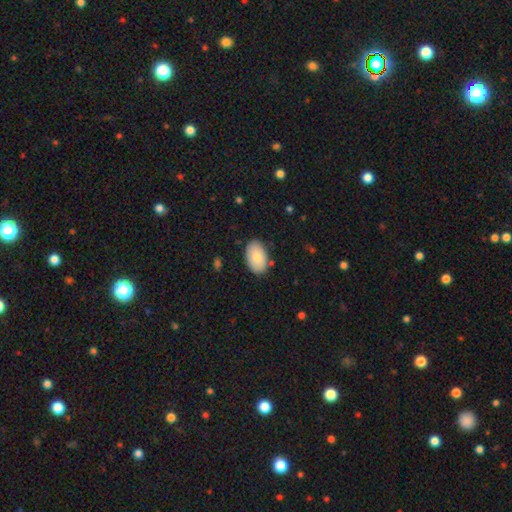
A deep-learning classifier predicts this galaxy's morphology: Smooth or featured?
  - smooth: 79% *
  - featured or disk: 15%
  - star or artifact: 6%
How rounded?
  - in between: 93% *
  - round: 6%
  - cigar-shaped: 1%
Merging?
  - none: 85% *
  - minor disturbance: 11%
  - major disturbance: 2%
  - merger: 2%